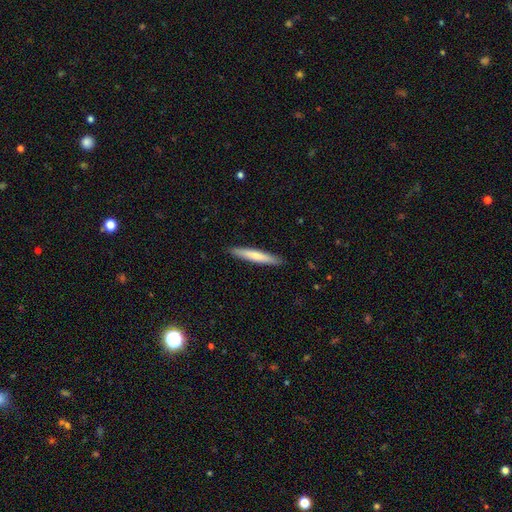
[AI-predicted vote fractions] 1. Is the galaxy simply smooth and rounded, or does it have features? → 69% smooth, 26% featured or disk, 5% star or artifact.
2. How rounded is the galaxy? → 95% cigar-shaped, 4% in between, 1% round.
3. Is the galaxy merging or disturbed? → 91% none, 7% minor disturbance, 1% major disturbance, 1% merger.